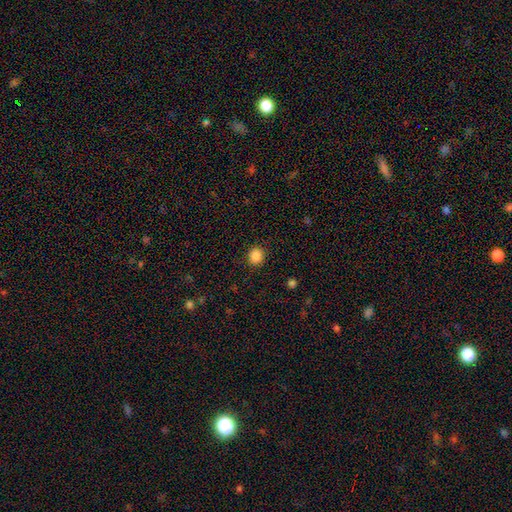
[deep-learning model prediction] Smooth or featured? Predicted: smooth (p=0.86). How rounded? Predicted: round (p=0.80). Merging? Predicted: none (p=0.89).